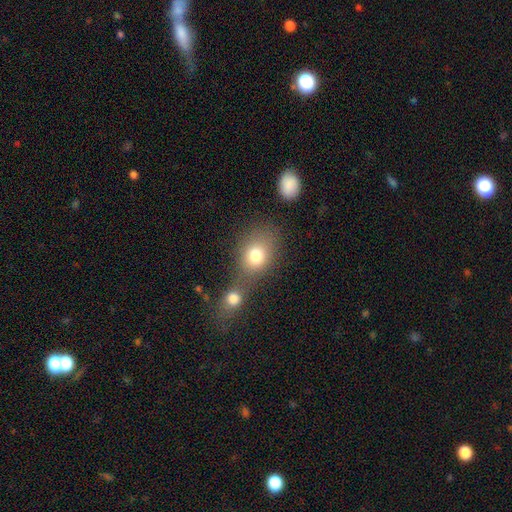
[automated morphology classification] Overall: smooth (78%). How rounded: in between (53%; round 45%). Merging: merger (48%; none 37%).